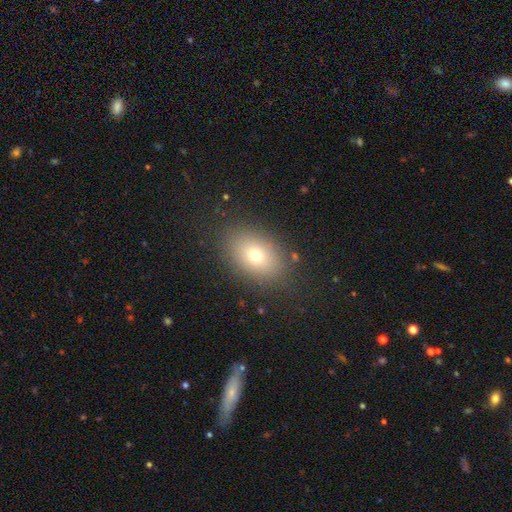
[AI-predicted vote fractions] smooth_or_featured: smooth (p=0.70) [alt: featured or disk p=0.15]
how_rounded: in between (p=0.73) [alt: round p=0.26]
merging: none (p=0.83) [alt: minor disturbance p=0.10]